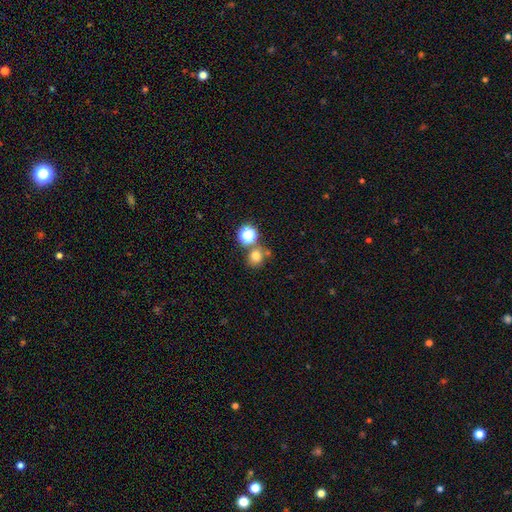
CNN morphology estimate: This appears to be a smooth galaxy with no disk features (74%) that is round (82%). Merging: none (67%).